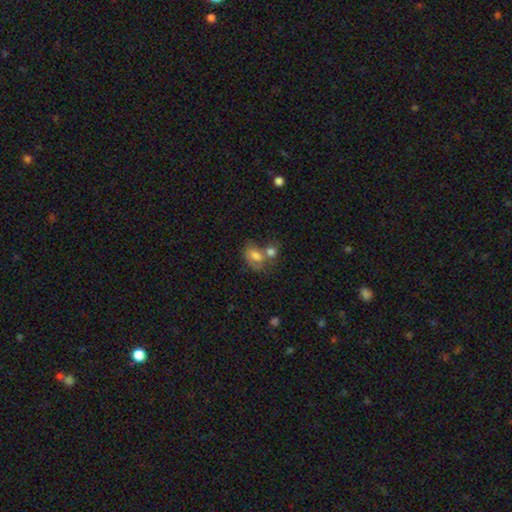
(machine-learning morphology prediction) This is likely a smooth galaxy (71%). How rounded: likely in between (76%). Merging: possibly merger (53%).